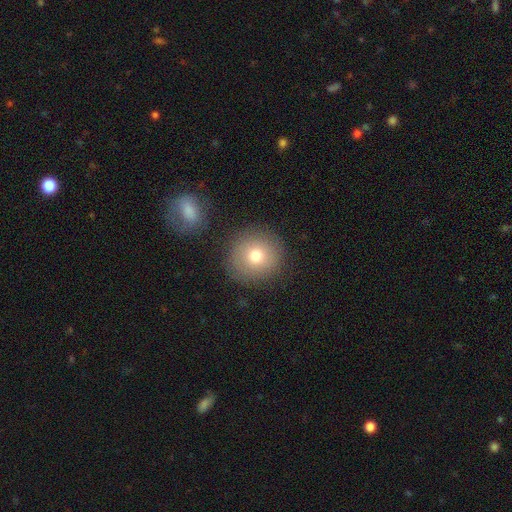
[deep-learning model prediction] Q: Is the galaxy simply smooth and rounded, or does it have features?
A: smooth — 75%.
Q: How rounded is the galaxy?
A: round — 93%.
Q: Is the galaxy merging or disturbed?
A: none — 86%.